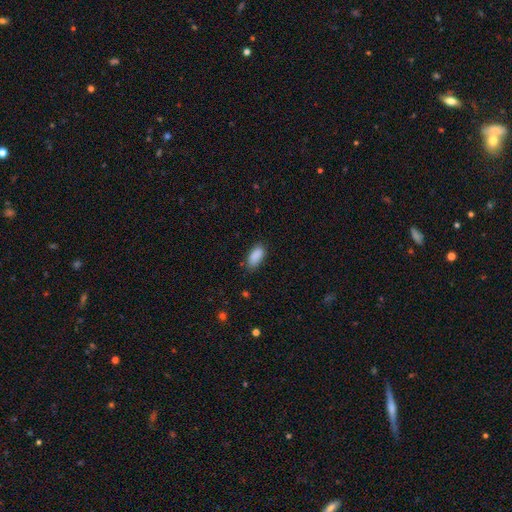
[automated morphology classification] A smooth galaxy with no disk features (89%) that is in between round and cigar-shaped (90%). Merging: none (79%).